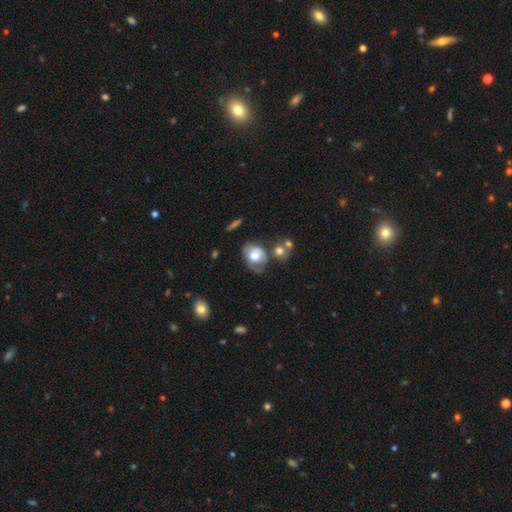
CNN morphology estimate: A smooth galaxy with no disk features (48%).

Vote fractions:
- Smooth or featured? smooth: 48% / featured or disk: 45% / star or artifact: 8%
- Merging? none: 45% / minor disturbance: 26% / major disturbance: 15% / merger: 13%